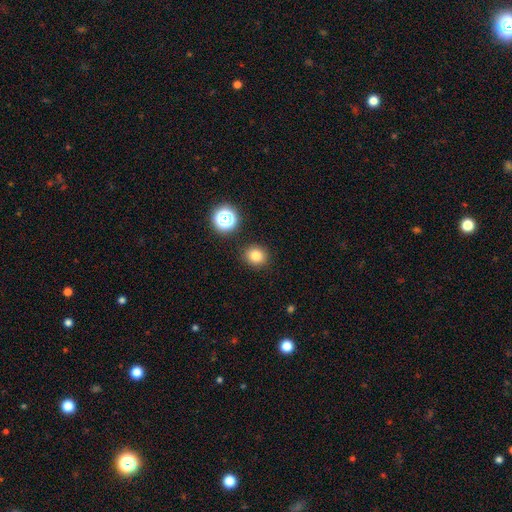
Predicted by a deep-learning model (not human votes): Smooth or featured? Predicted: smooth (p=0.80). How rounded? Predicted: round (p=0.85). Merging? Predicted: none (p=0.89).